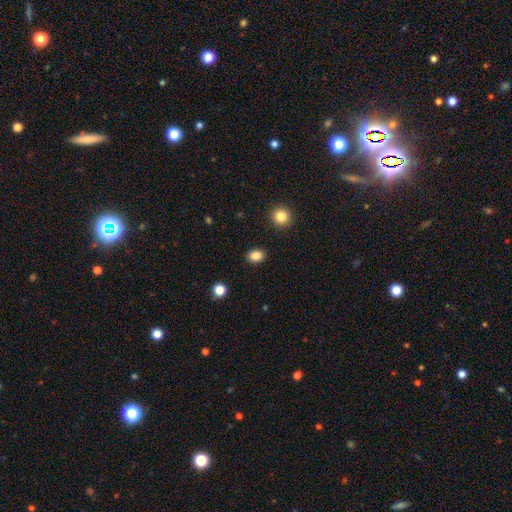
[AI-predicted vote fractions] This is clearly a smooth galaxy (85%). How rounded: likely in between (66%). Merging: clearly none (89%).